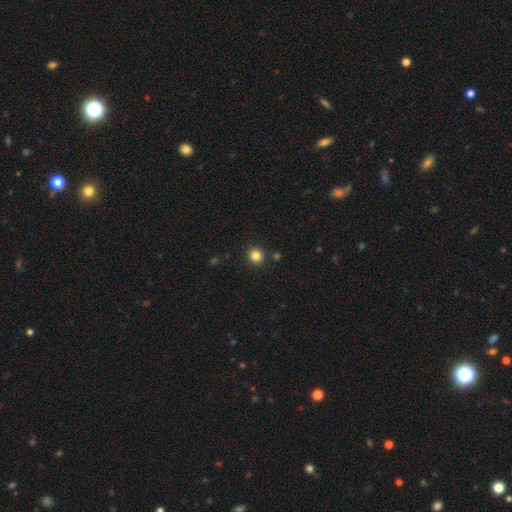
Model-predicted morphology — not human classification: A smooth galaxy with no disk features (83%) that is round (91%). Merging: none (90%).